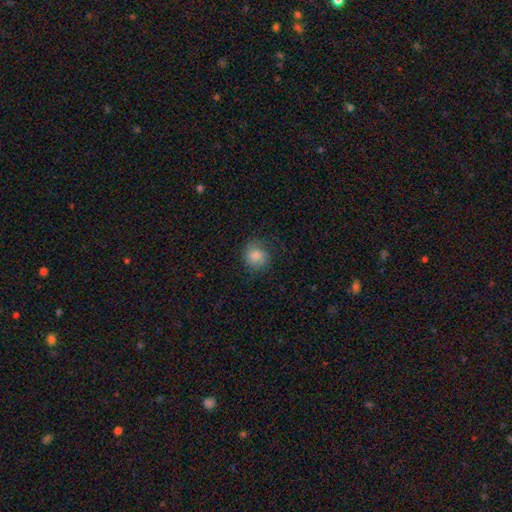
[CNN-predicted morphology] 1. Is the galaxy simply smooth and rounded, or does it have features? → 81% smooth, 10% featured or disk, 9% star or artifact.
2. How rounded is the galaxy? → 80% round, 19% in between, 1% cigar-shaped.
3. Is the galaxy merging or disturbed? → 73% none, 18% minor disturbance, 8% major disturbance, 1% merger.